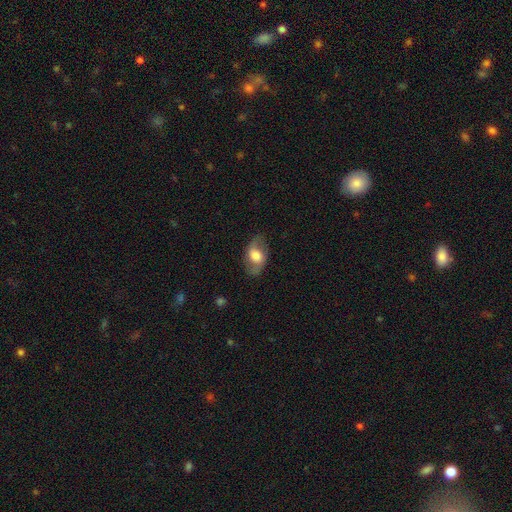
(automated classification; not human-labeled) This is possibly a smooth galaxy (47%). Merging: likely none (76%).